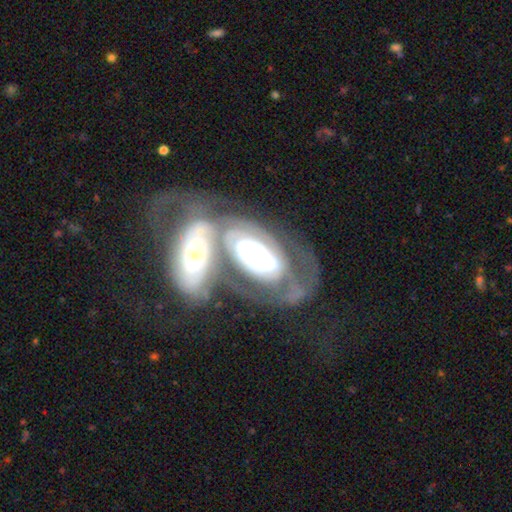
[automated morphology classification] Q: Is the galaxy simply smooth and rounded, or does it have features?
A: featured or disk — 84%.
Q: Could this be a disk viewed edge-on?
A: no — 95%.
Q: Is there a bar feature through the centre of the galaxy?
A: no — 71%.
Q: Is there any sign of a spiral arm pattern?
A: yes — 86%.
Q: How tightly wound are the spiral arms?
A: tight — 70%.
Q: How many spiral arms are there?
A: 2 — 43%.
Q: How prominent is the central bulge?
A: moderate — 52%.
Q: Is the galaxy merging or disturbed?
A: merger — 50%.